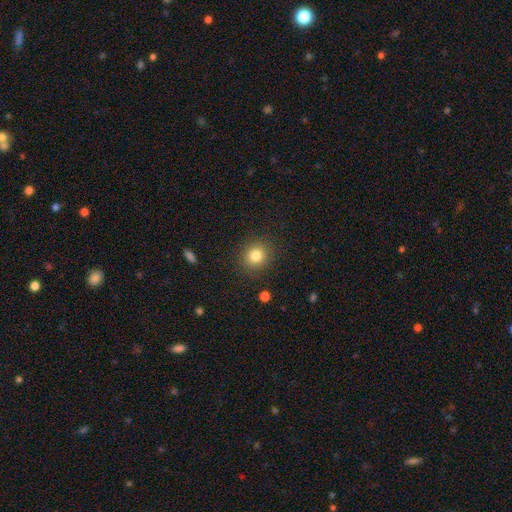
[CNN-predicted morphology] Smooth or featured?
  - smooth: 82% *
  - star or artifact: 11%
  - featured or disk: 6%
How rounded?
  - round: 84% *
  - in between: 15%
  - cigar-shaped: 1%
Merging?
  - none: 88% *
  - minor disturbance: 8%
  - major disturbance: 3%
  - merger: 1%